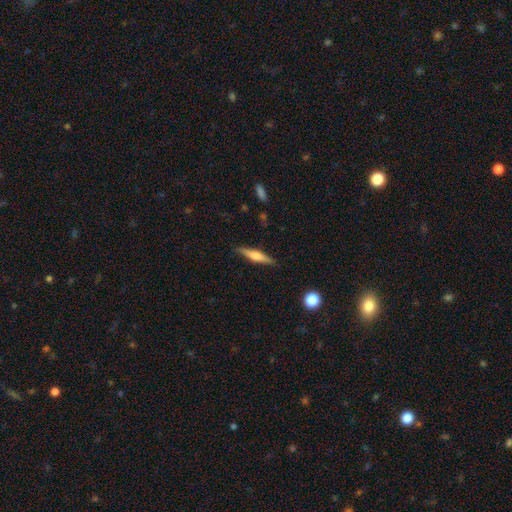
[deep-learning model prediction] smooth-or-featured: featured or disk: 54% | smooth: 40% | star or artifact: 6%
  disk-edge-on: yes: 97% | no: 3%
    edge-on-bulge: rounded: 79% | boxy: 14% | none: 7%
  merging: none: 89% | minor disturbance: 8% | major disturbance: 2% | merger: 1%